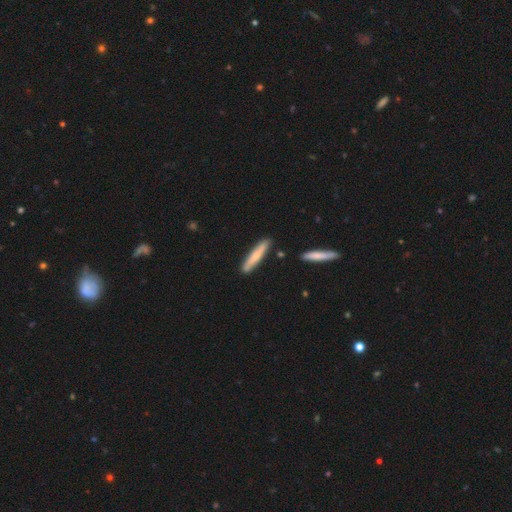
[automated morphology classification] smooth-or-featured: smooth: 64% | featured or disk: 30% | star or artifact: 5%
  how-rounded: cigar-shaped: 91% | in between: 8% | round: 1%
  merging: none: 86% | minor disturbance: 9% | merger: 3% | major disturbance: 2%